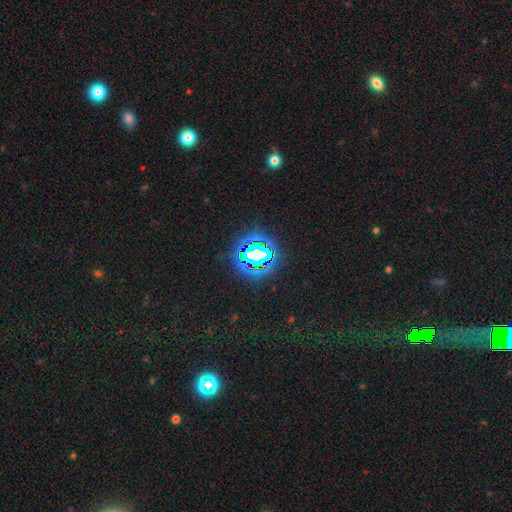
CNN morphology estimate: Smooth or featured? Predicted: star or artifact (p=0.68).